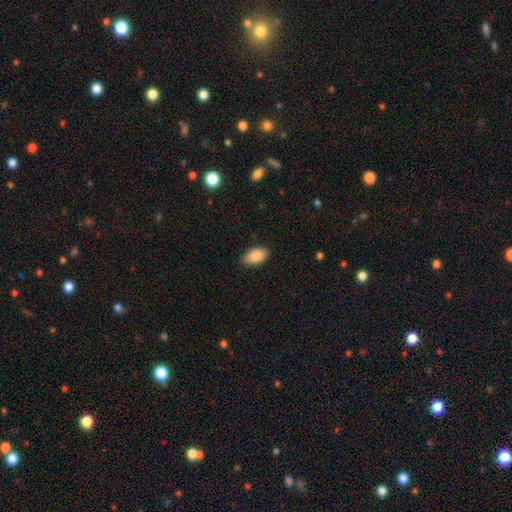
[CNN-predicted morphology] Smooth or featured?
  - smooth: 89% *
  - star or artifact: 6%
  - featured or disk: 4%
How rounded?
  - in between: 94% *
  - round: 4%
  - cigar-shaped: 2%
Merging?
  - none: 86% *
  - minor disturbance: 11%
  - major disturbance: 2%
  - merger: 1%